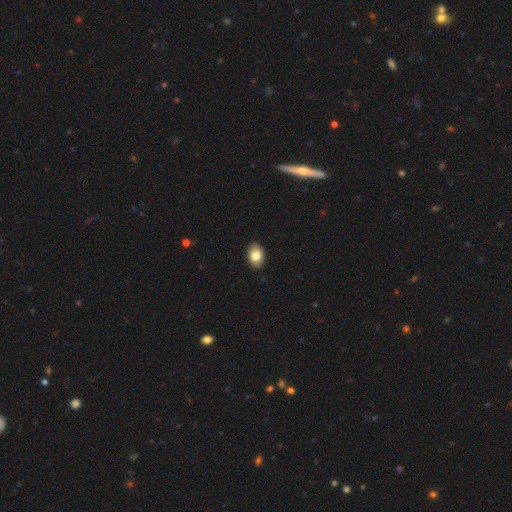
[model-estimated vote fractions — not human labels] Q: Smooth or featured?
A: smooth (83%); runner-up: featured or disk (9%)
Q: How rounded?
A: in between (80%); runner-up: round (19%)
Q: Merging?
A: none (89%); runner-up: minor disturbance (8%)